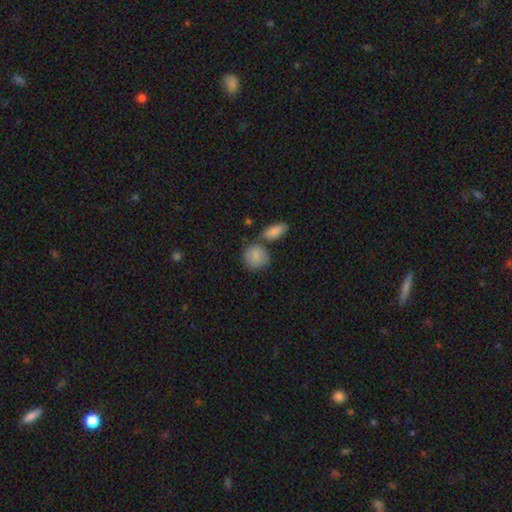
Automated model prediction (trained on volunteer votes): This is clearly a smooth galaxy (84%). How rounded: likely round (65%). Merging: possibly none (56%).